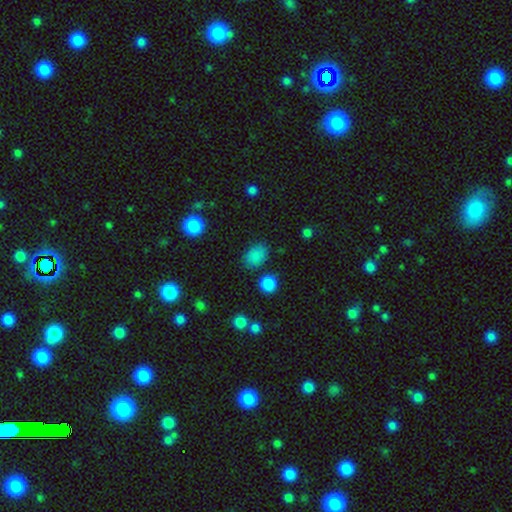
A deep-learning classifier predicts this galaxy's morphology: smooth_or_featured: smooth (p=0.83) [alt: star or artifact p=0.12]
how_rounded: in between (p=0.76) [alt: round p=0.22]
merging: none (p=0.78) [alt: minor disturbance p=0.14]